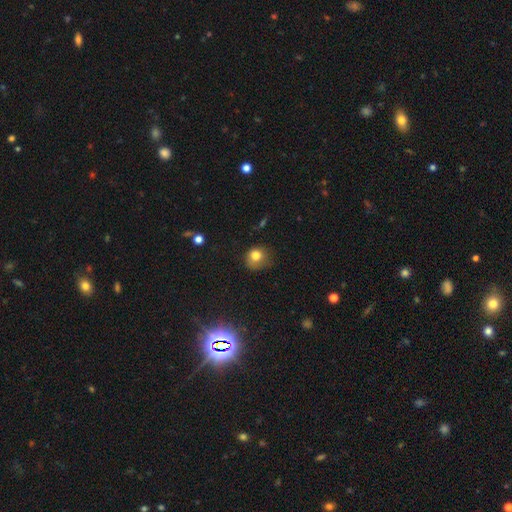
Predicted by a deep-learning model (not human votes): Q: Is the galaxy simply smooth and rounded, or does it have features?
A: smooth — 77%.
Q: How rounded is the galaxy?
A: round — 76%.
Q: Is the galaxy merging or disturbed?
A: none — 51%.